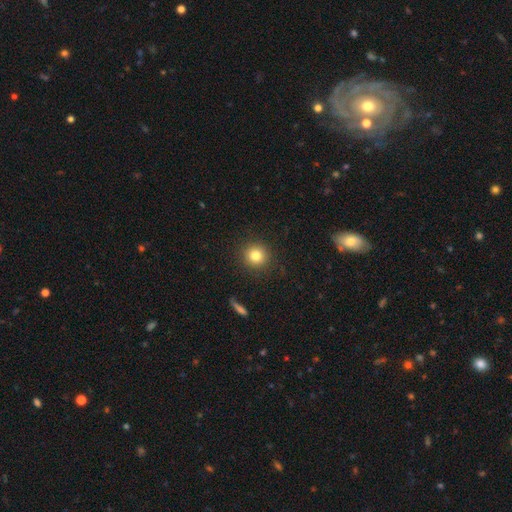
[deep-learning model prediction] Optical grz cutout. It shows a smooth galaxy with no disk features (81%) that is round (93%). Merging: none (90%).